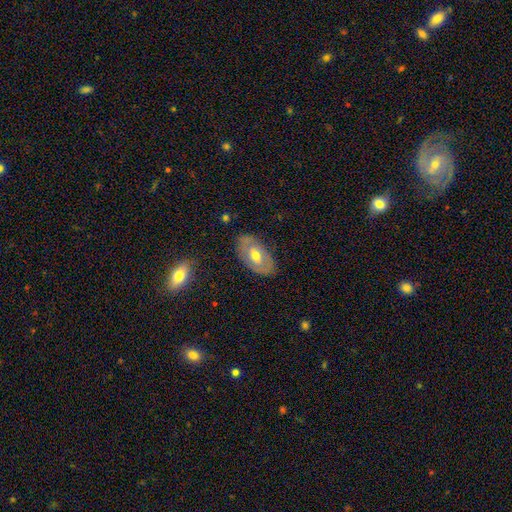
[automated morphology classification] type=featured or disk (48%); merging=none (81%).